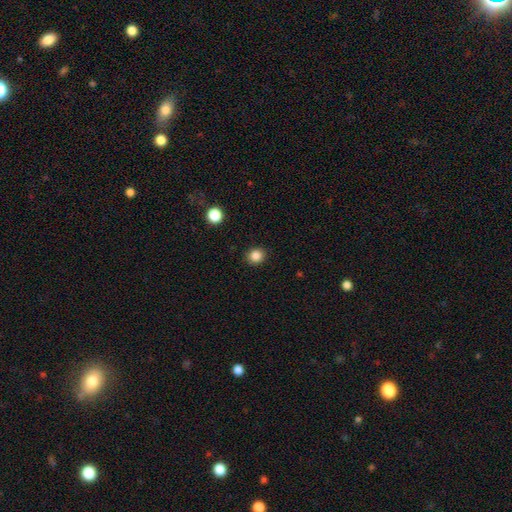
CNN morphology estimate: Smooth or featured?
  - smooth: 85% *
  - star or artifact: 11%
  - featured or disk: 4%
How rounded?
  - round: 83% *
  - in between: 16%
  - cigar-shaped: 1%
Merging?
  - none: 91% *
  - minor disturbance: 6%
  - major disturbance: 2%
  - merger: 1%